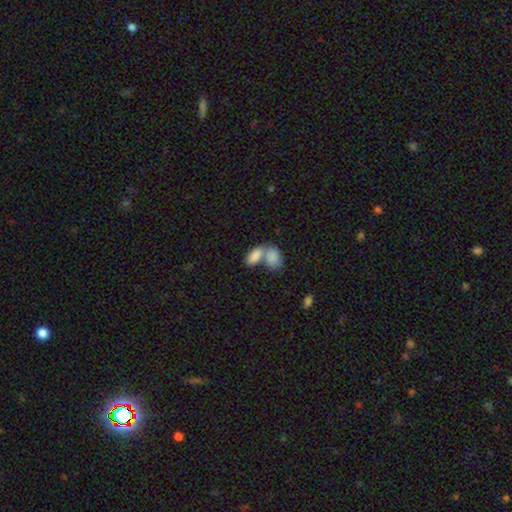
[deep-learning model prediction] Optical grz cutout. It shows a smooth galaxy with no disk features (85%) that is in between round and cigar-shaped (93%). Merging: merger (66%).